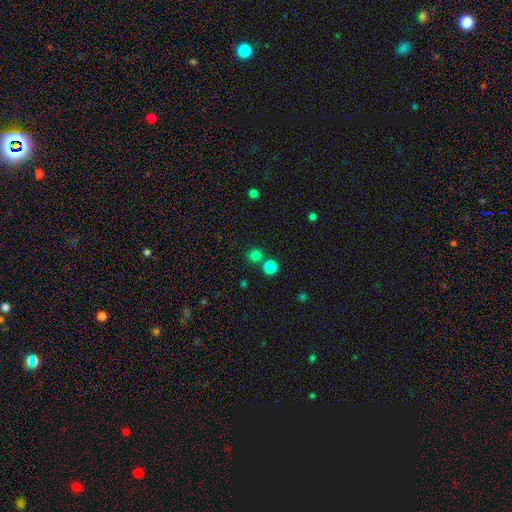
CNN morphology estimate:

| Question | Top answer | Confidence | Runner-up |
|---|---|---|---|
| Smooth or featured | smooth | 80% | star or artifact (15%) |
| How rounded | round | 92% | in between (7%) |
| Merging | none | 72% | merger (20%) |